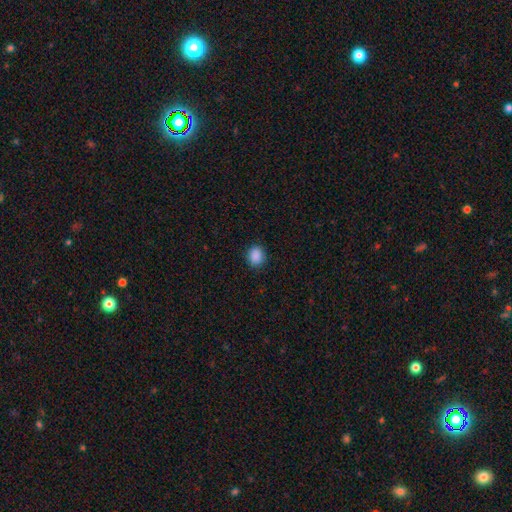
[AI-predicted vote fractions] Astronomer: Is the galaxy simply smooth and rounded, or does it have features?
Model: smooth — 89%.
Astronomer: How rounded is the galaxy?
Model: round — 65%.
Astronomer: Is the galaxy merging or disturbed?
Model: none — 90%.